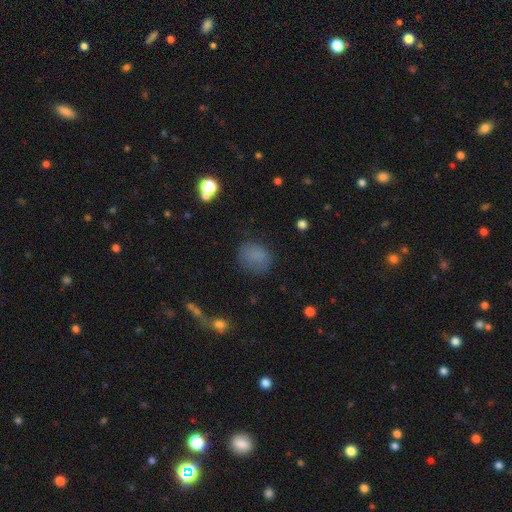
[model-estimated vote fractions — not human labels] Morphology: type=smooth (78%); roundness=round (61%); merging=none (75%).